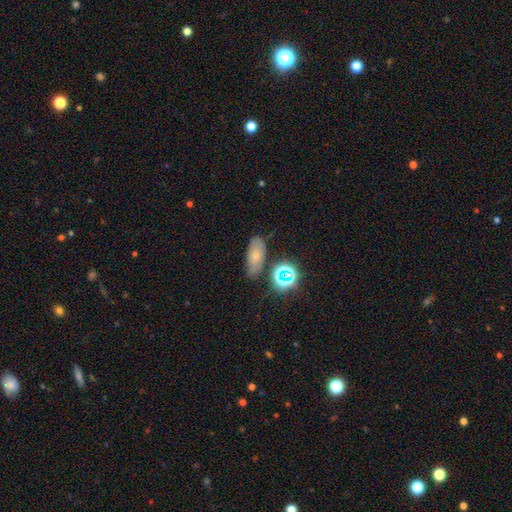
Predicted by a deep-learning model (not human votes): Smooth or featured? Predicted: smooth (p=0.55). How rounded? Predicted: in between (p=0.82). Merging? Predicted: none (p=0.68).